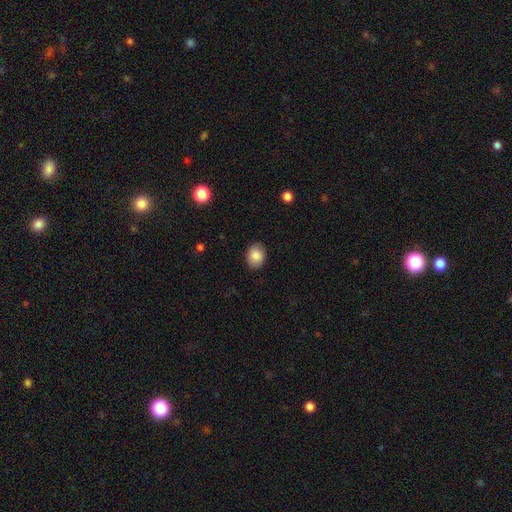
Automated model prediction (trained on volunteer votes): Smooth or featured? smooth (87%)
How rounded? in between (58%)
Merging? none (88%)